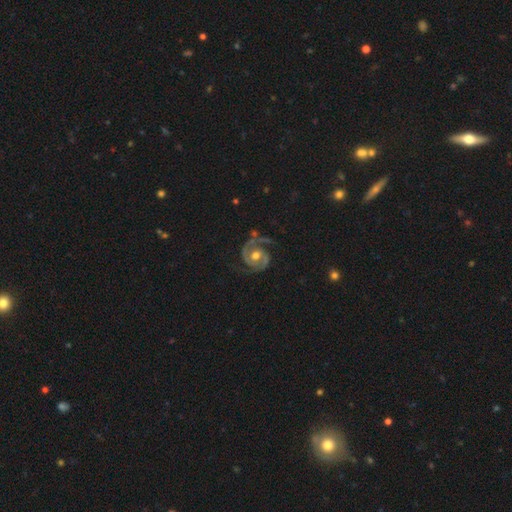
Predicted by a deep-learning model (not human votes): Smooth or featured: featured or disk — 91% (smooth — 5%)
Edge-on disk: no — 98% (yes — 2%)
Bar: no — 61% (weak — 30%)
Spiral arms: yes — 98% (no — 2%)
Spiral winding: medium — 46% (tight — 44%)
Spiral arm count: 2 — 92% (1 — 2%)
Bulge size: moderate — 77% (large — 11%)
Merging: none — 70% (minor disturbance — 18%)